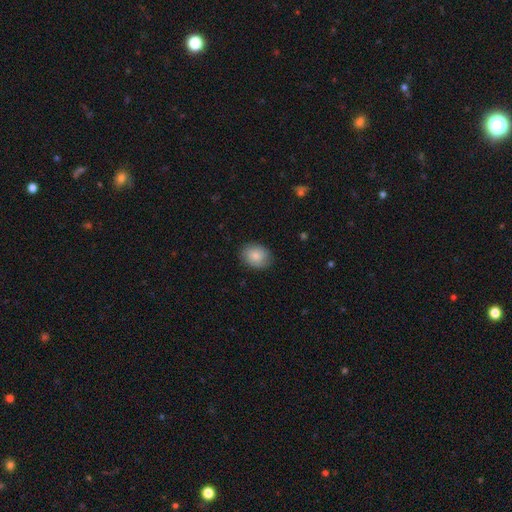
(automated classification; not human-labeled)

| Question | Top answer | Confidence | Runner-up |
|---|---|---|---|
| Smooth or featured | smooth | 80% | featured or disk (13%) |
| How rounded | in between | 58% | round (41%) |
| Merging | none | 83% | minor disturbance (13%) |